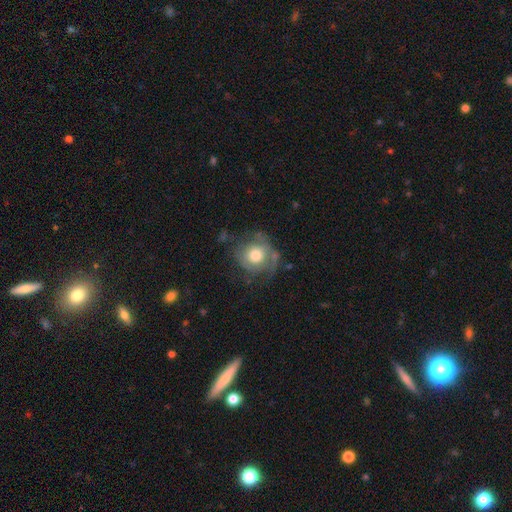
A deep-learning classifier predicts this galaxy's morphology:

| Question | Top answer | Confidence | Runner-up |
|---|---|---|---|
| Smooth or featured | smooth | 51% | featured or disk (42%) |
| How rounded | round | 84% | in between (15%) |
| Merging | none | 52% | minor disturbance (25%) |